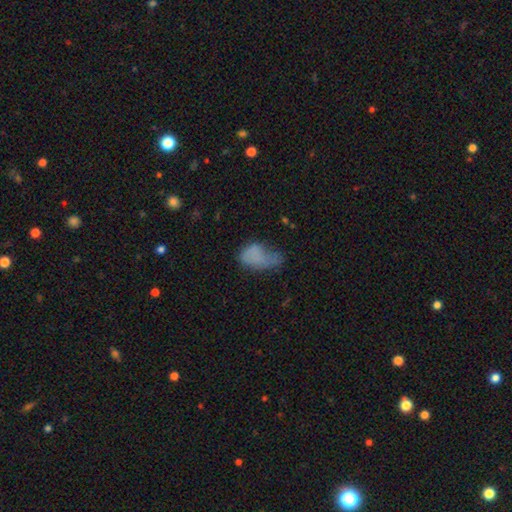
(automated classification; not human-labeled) Smooth or featured? Predicted: smooth (p=0.67). How rounded? Predicted: in between (p=0.90). Merging? Predicted: major disturbance (p=0.42).